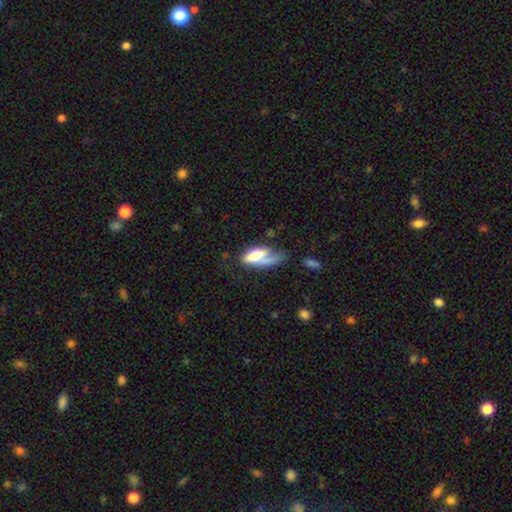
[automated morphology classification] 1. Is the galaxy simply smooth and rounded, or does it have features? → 51% smooth, 43% featured or disk, 7% star or artifact.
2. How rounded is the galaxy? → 73% in between, 23% cigar-shaped, 4% round.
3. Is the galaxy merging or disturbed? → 36% major disturbance, 28% none, 22% minor disturbance, 14% merger.